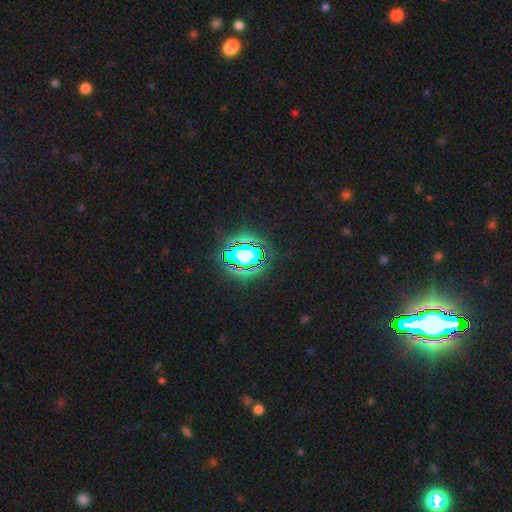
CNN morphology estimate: Smooth or featured?
  - star or artifact: 84% *
  - smooth: 10%
  - featured or disk: 7%